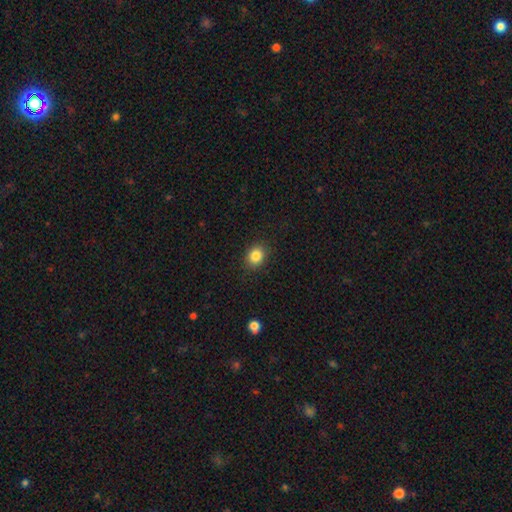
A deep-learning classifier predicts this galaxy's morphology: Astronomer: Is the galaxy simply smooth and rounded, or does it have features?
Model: smooth — 85%.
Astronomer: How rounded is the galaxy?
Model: round — 64%.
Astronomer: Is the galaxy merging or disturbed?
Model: none — 89%.